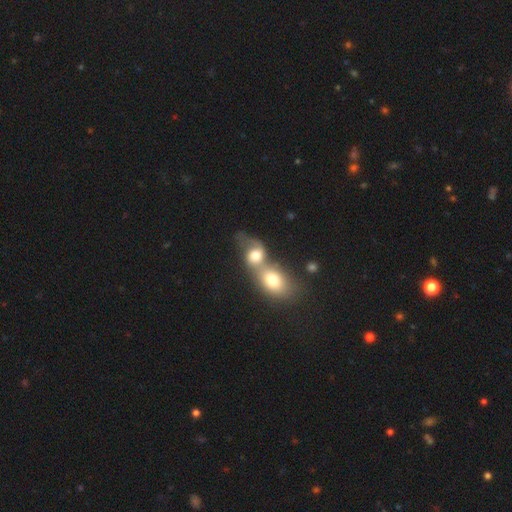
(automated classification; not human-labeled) This is possibly a smooth galaxy (57%). How rounded: likely in between (61%). Merging: likely merger (77%).